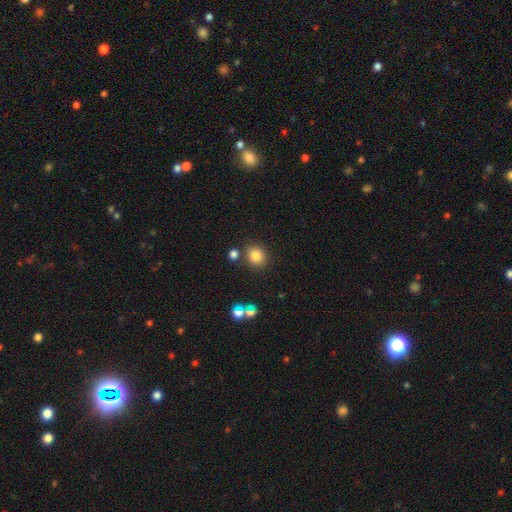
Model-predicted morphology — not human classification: Smooth or featured: smooth — 83% (star or artifact — 11%)
How rounded: round — 71% (in between — 28%)
Merging: none — 79% (minor disturbance — 10%)